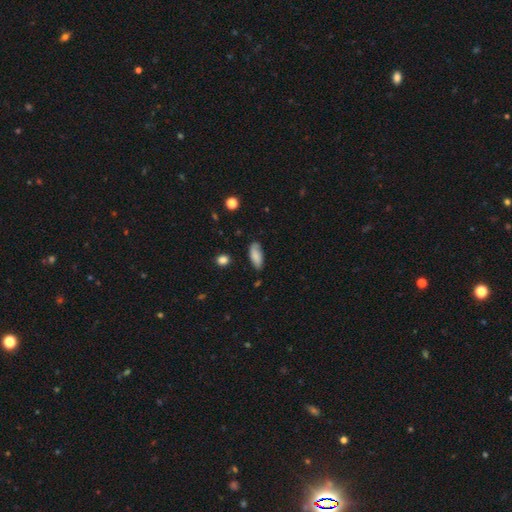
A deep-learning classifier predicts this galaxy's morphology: A smooth galaxy with no disk features (80%) that is in between round and cigar-shaped (79%).

Vote fractions:
- Smooth or featured? smooth: 80% / featured or disk: 13% / star or artifact: 8%
- How rounded? in between: 79% / cigar-shaped: 18% / round: 2%
- Merging? none: 72% / minor disturbance: 21% / major disturbance: 4% / merger: 2%